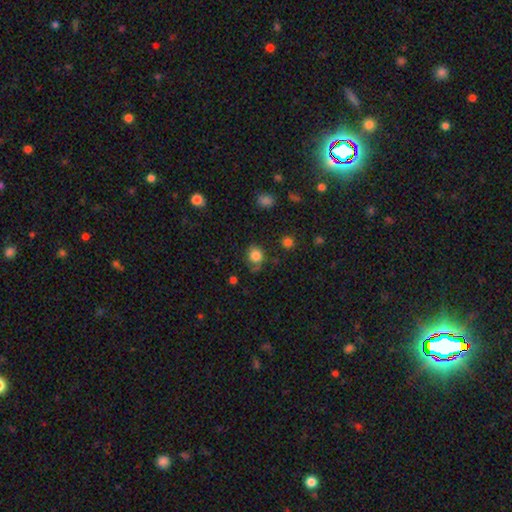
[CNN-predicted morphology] smooth 81%, star or artifact 11%, featured or disk 8%. Down the decision tree: how rounded — round (72%); merging — none (63%).